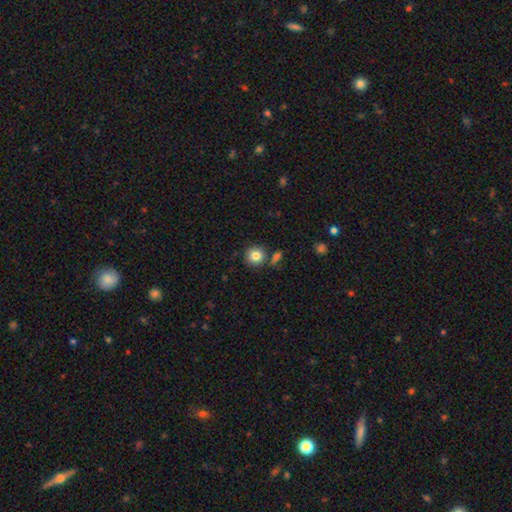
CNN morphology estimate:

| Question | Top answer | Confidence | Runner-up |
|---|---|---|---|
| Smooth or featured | smooth | 83% | star or artifact (10%) |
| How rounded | round | 91% | in between (8%) |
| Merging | none | 79% | merger (10%) |